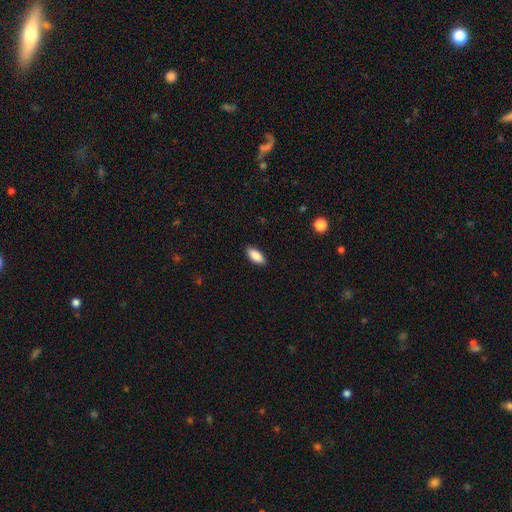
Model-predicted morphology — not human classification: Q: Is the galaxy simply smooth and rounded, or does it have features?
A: smooth — 89%.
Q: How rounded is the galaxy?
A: in between — 88%.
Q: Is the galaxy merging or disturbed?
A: none — 89%.